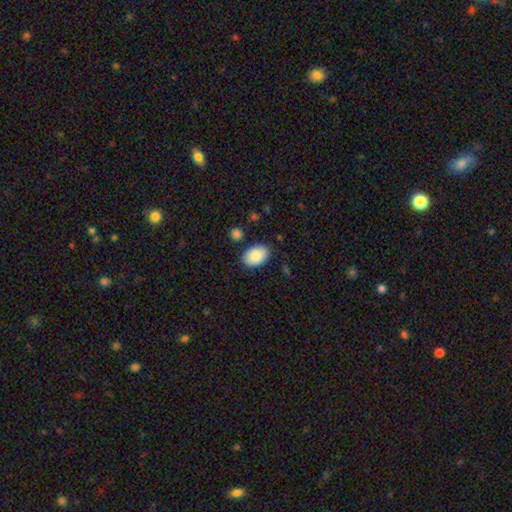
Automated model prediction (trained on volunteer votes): A smooth galaxy with no disk features (89%) that is in between round and cigar-shaped (90%). Merging: none (82%).